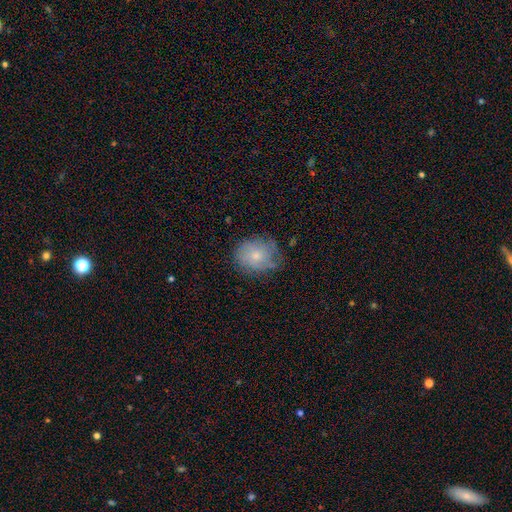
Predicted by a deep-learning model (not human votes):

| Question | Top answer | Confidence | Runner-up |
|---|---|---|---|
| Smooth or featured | smooth | 58% | featured or disk (33%) |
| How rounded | round | 68% | in between (31%) |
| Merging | none | 65% | minor disturbance (26%) |